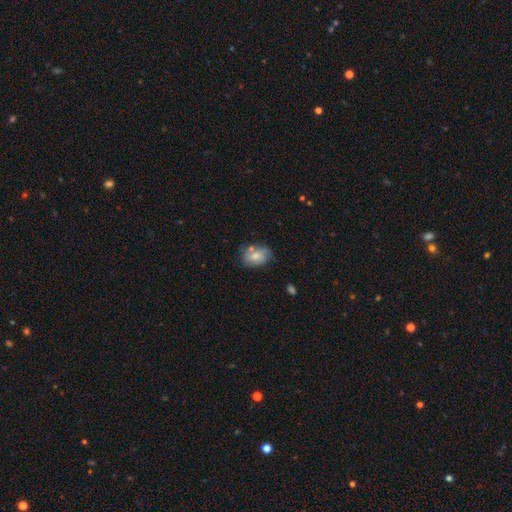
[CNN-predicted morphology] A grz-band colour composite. It shows a smooth galaxy with no disk features (70%) that is in between round and cigar-shaped (82%). Merging: none (57%).